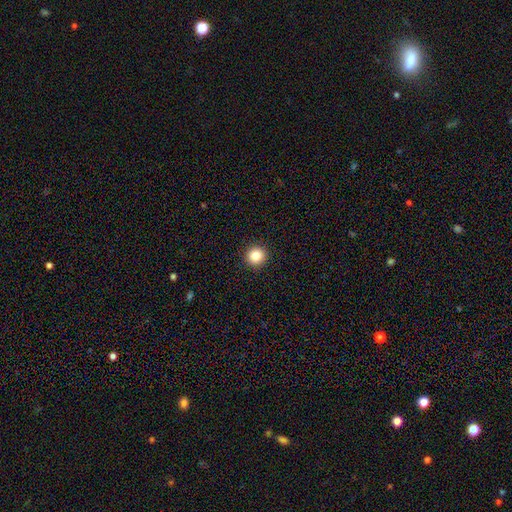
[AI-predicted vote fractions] Smooth or featured? smooth (85%)
How rounded? round (95%)
Merging? none (93%)